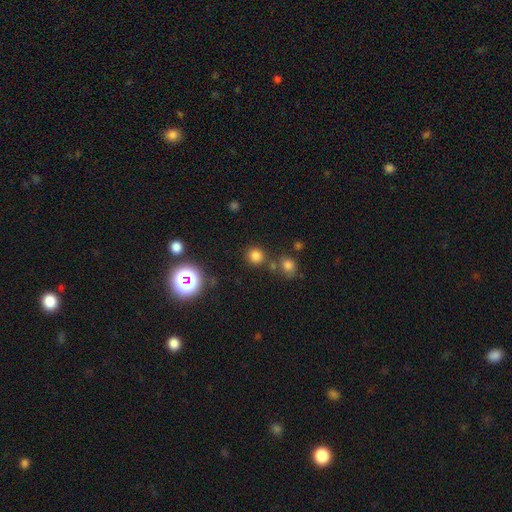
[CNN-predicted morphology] type=smooth (74%); roundness=round (90%); merging=none (77%).